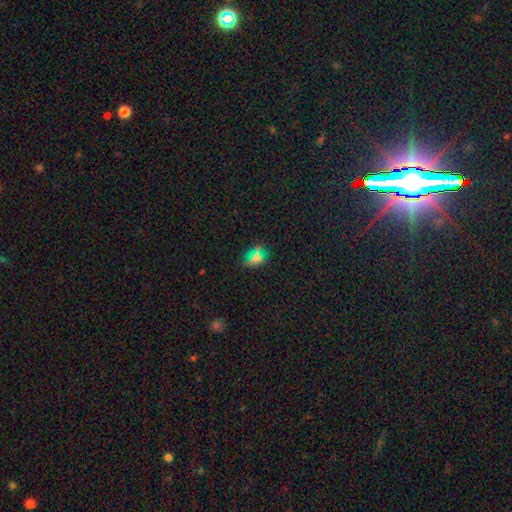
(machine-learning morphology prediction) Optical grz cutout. It shows a smooth galaxy with no disk features (57%) that is round (52%). Merging: none (80%).